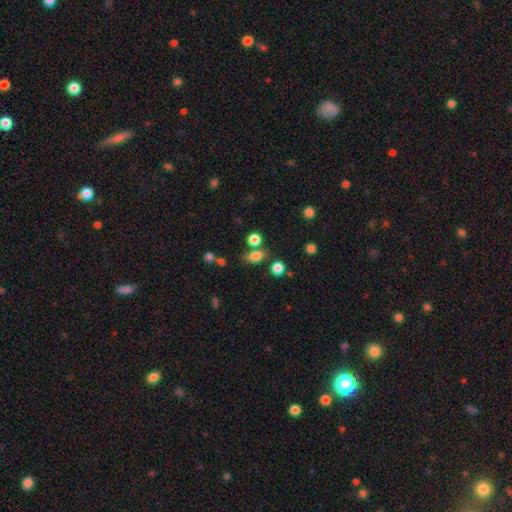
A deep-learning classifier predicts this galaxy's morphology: Q: Smooth or featured?
A: smooth (80%); runner-up: star or artifact (13%)
Q: How rounded?
A: in between (71%); runner-up: round (26%)
Q: Merging?
A: none (66%); runner-up: merger (14%)